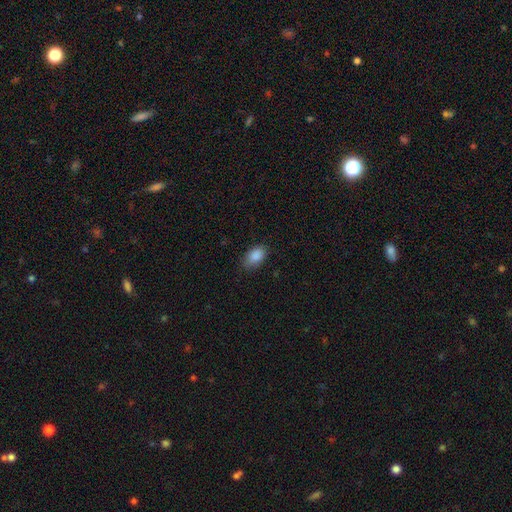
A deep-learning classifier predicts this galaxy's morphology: smooth-or-featured: smooth: 88% | star or artifact: 8% | featured or disk: 4%
  how-rounded: in between: 90% | round: 8% | cigar-shaped: 2%
  merging: none: 78% | minor disturbance: 18% | major disturbance: 4% | merger: 1%